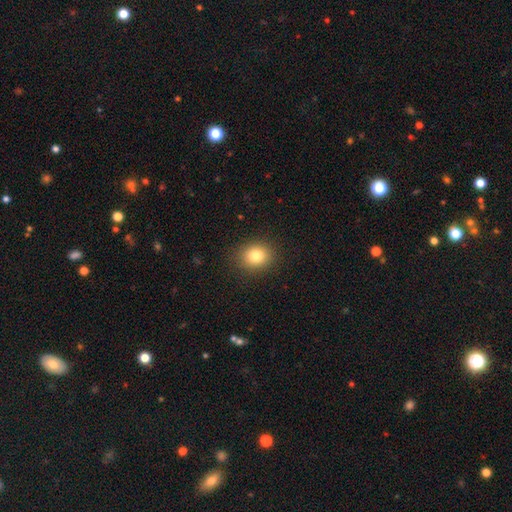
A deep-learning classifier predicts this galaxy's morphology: A smooth galaxy with no disk features (80%) that is round (65%).

Vote fractions:
- Smooth or featured? smooth: 80% / star or artifact: 12% / featured or disk: 8%
- How rounded? round: 65% / in between: 34% / cigar-shaped: 1%
- Merging? none: 89% / minor disturbance: 8% / major disturbance: 3% / merger: 1%